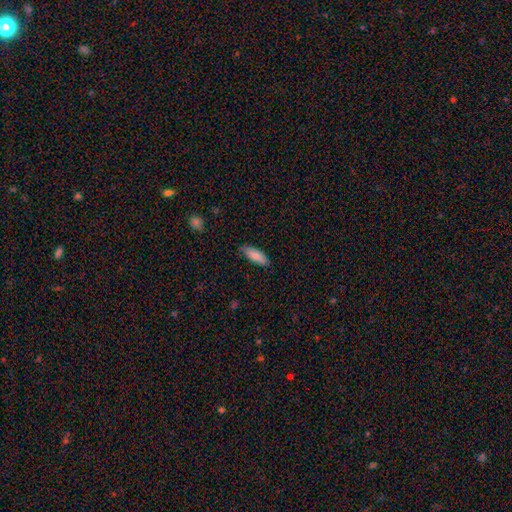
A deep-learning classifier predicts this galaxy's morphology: smooth-or-featured: smooth: 86% | featured or disk: 9% | star or artifact: 6%
  how-rounded: in between: 64% | cigar-shaped: 34% | round: 2%
  merging: none: 82% | minor disturbance: 14% | major disturbance: 2% | merger: 1%